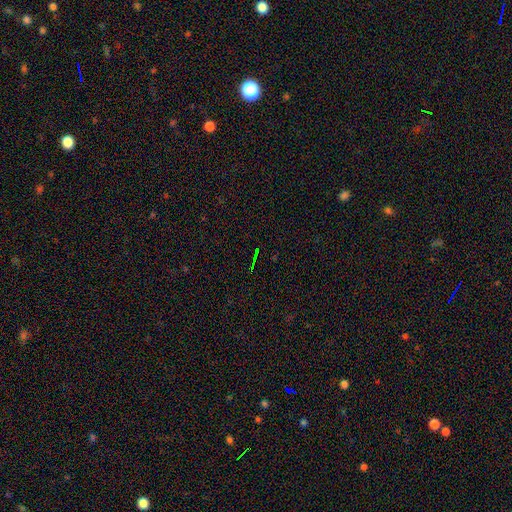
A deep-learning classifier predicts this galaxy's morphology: smooth-or-featured: star or artifact: 75% | smooth: 13% | featured or disk: 12%